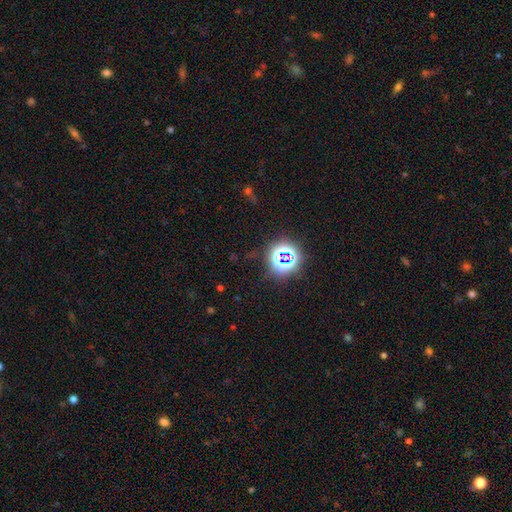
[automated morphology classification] Smooth or featured: star or artifact — 74% (smooth — 18%)